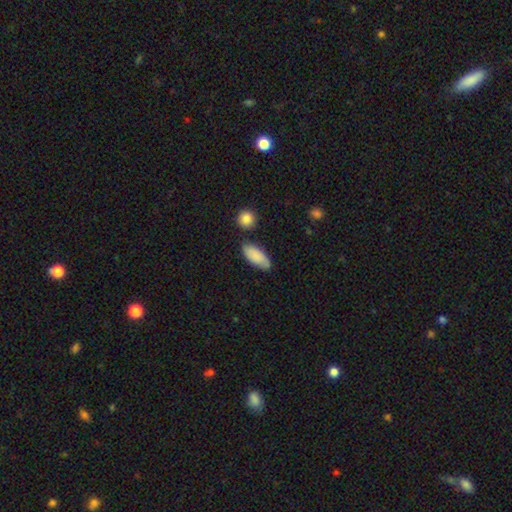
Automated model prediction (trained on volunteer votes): smooth_or_featured: smooth (p=0.83) [alt: featured or disk p=0.10]
how_rounded: in between (p=0.85) [alt: cigar-shaped p=0.13]
merging: none (p=0.74) [alt: minor disturbance p=0.17]